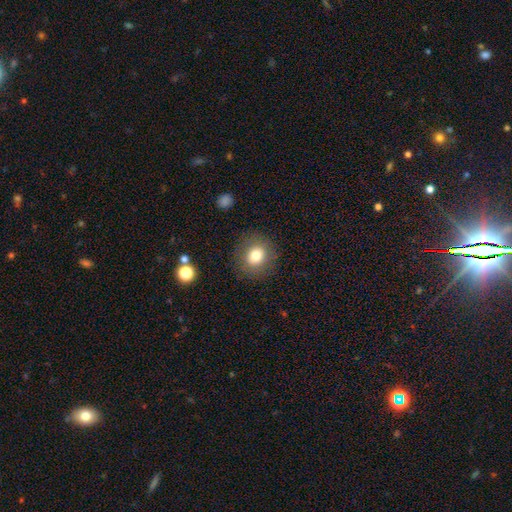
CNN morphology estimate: The model was most divided on "how rounded": round: 80%, in between: 19%, cigar-shaped: 1%. More confident: merging — none (86%); smooth or featured — smooth (78%).